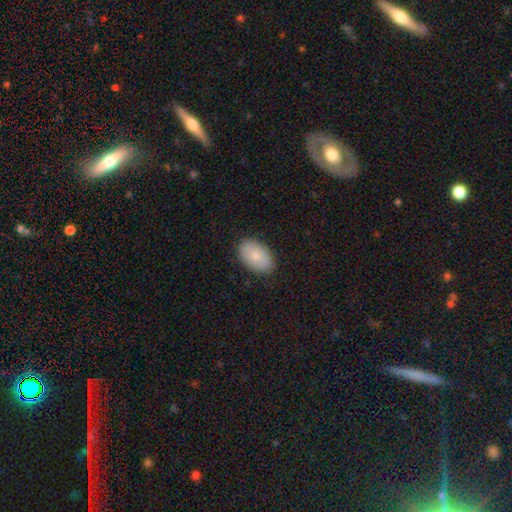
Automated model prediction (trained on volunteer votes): A smooth galaxy with no disk features (84%) that is in between round and cigar-shaped (93%). Merging: none (87%).